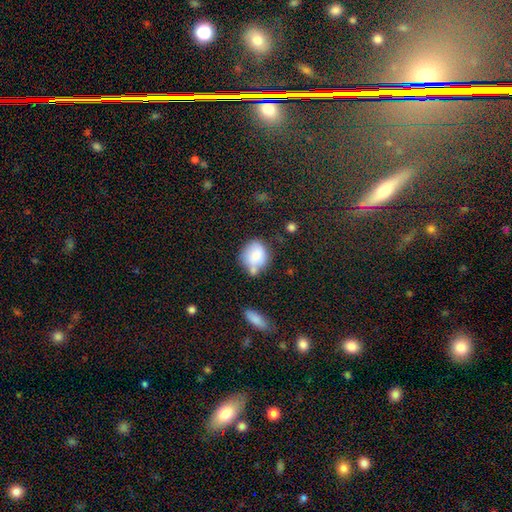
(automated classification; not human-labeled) The model was most divided on "merging": none: 46%, minor disturbance: 23%, merger: 23%, major disturbance: 8%. More confident: smooth or featured — smooth (76%); how rounded — round (65%).